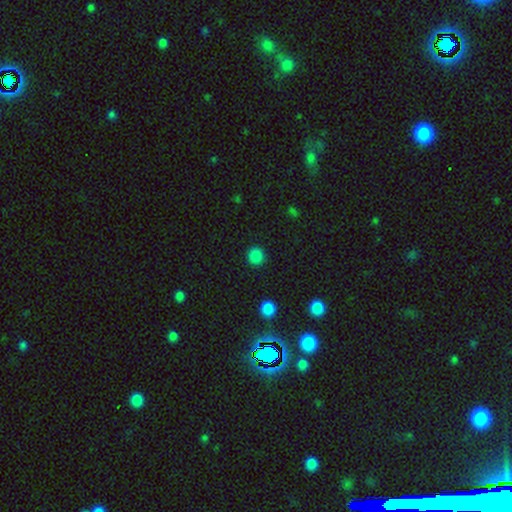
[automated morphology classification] This appears to be a smooth galaxy with no disk features (86%) that is round (92%). Merging: none (92%).